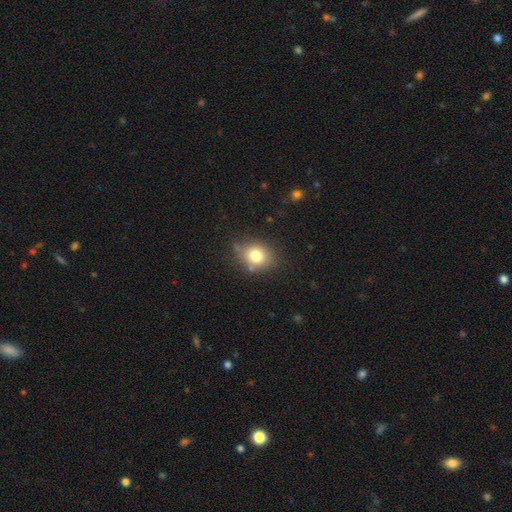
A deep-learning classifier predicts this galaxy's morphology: A smooth galaxy with no disk features (77%) that is round (53%).

Vote fractions:
- Smooth or featured? smooth: 77% / featured or disk: 11% / star or artifact: 11%
- How rounded? round: 53% / in between: 45% / cigar-shaped: 1%
- Merging? none: 73% / minor disturbance: 18% / merger: 5% / major disturbance: 5%